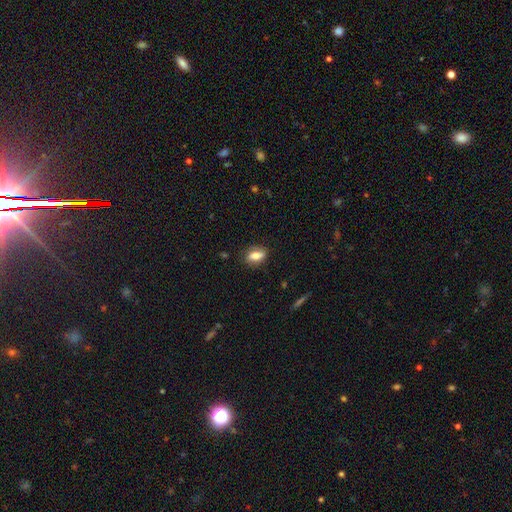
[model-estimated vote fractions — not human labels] Smooth or featured? Predicted: smooth (p=0.66). How rounded? Predicted: in between (p=0.80). Merging? Predicted: none (p=0.79).